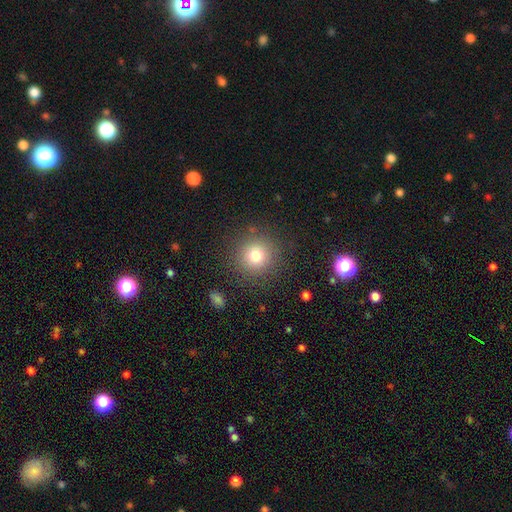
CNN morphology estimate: Smooth or featured? Predicted: smooth (p=0.77). How rounded? Predicted: round (p=0.93). Merging? Predicted: none (p=0.87).